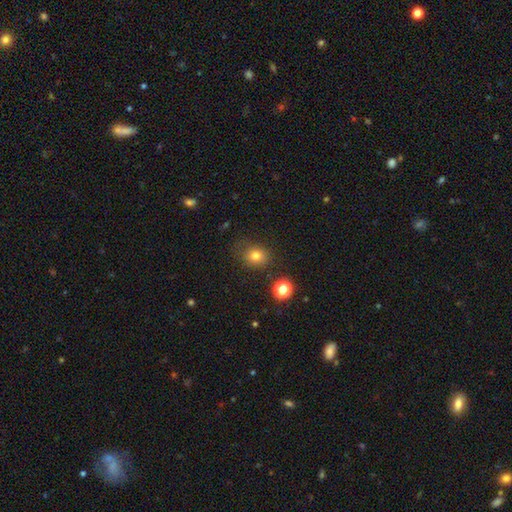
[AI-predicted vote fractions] Smooth or featured?
  - smooth: 77% *
  - star or artifact: 15%
  - featured or disk: 8%
How rounded?
  - round: 68% *
  - in between: 31%
  - cigar-shaped: 1%
Merging?
  - none: 76% *
  - minor disturbance: 16%
  - major disturbance: 6%
  - merger: 3%